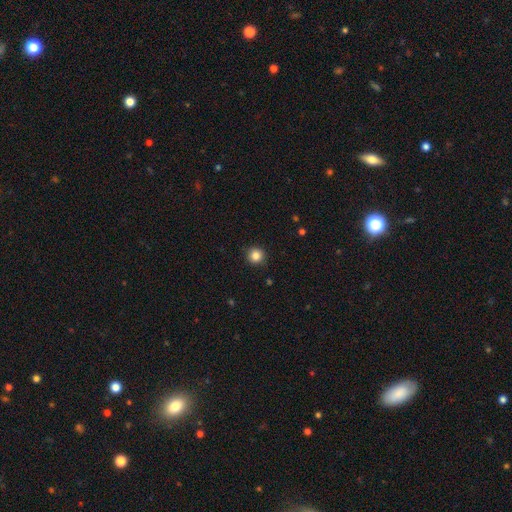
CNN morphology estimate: This is clearly a smooth galaxy (84%). How rounded: clearly round (94%). Merging: clearly none (91%).